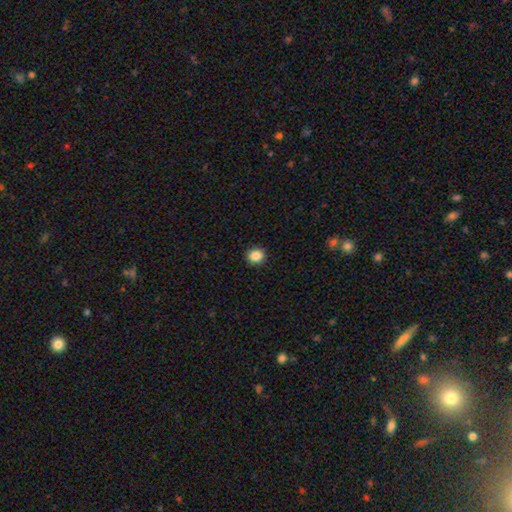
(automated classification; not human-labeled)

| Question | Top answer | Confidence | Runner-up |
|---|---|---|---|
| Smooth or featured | smooth | 87% | star or artifact (9%) |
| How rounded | round | 80% | in between (19%) |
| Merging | none | 92% | minor disturbance (5%) |